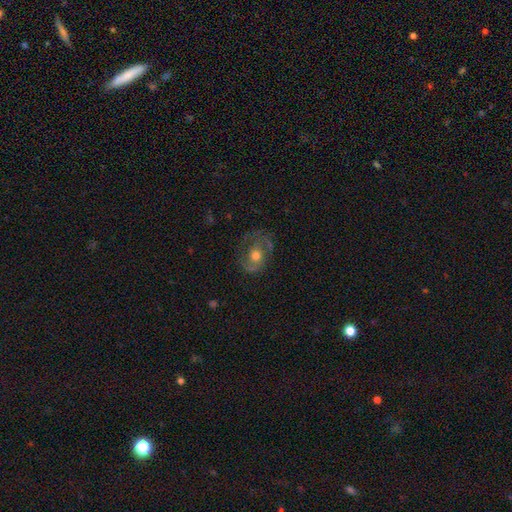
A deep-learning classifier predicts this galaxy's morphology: smooth-or-featured: featured or disk: 56% | smooth: 35% | star or artifact: 9%
  disk-edge-on: no: 96% | yes: 4%
    bar: no: 77% | weak: 19% | strong: 4%
    has-spiral-arms: yes: 67% | no: 33%
    bulge-size: moderate: 70% | small: 13% | large: 13% | none: 1% | dominant: 1%
  merging: none: 55% | minor disturbance: 22% | major disturbance: 20% | merger: 2%